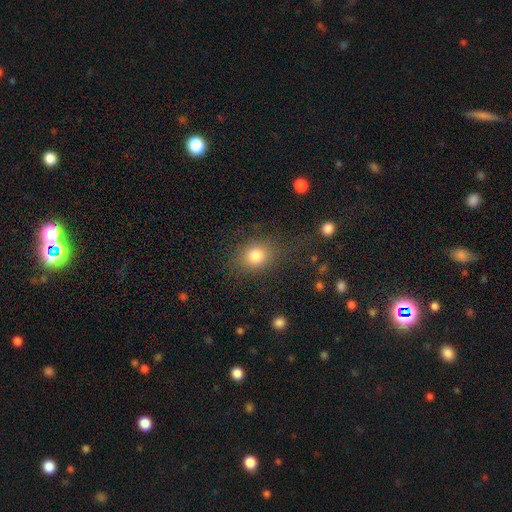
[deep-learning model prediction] A smooth galaxy with no disk features (81%) that is round (59%). Merging: none (74%).